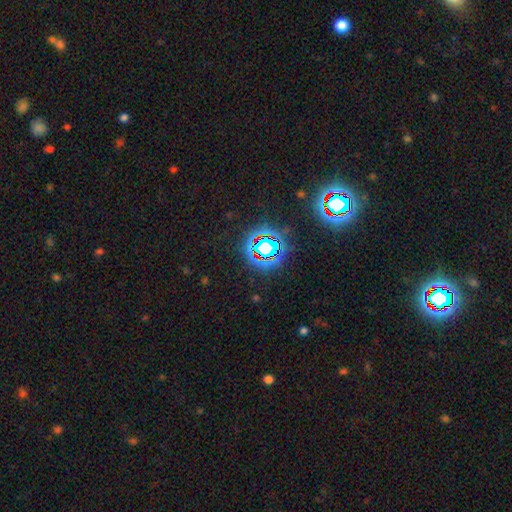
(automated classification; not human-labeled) Smooth or featured: star or artifact — 80% (smooth — 11%)